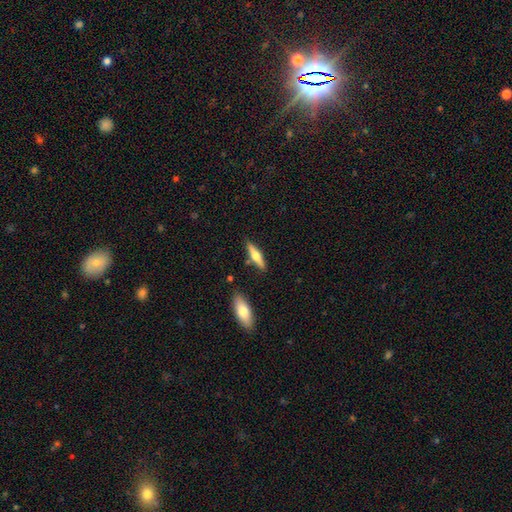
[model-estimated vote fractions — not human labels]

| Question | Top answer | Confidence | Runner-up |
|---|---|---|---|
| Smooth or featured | smooth | 47% | tied: featured or disk (47%) |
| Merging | none | 82% | minor disturbance (10%) |